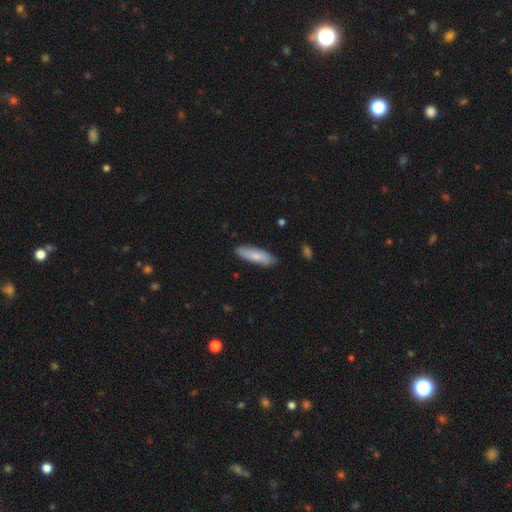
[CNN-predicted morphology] smooth-or-featured: smooth: 77% | featured or disk: 18% | star or artifact: 6%
  how-rounded: cigar-shaped: 59% | in between: 39% | round: 2%
  merging: none: 86% | minor disturbance: 11% | major disturbance: 2% | merger: 1%